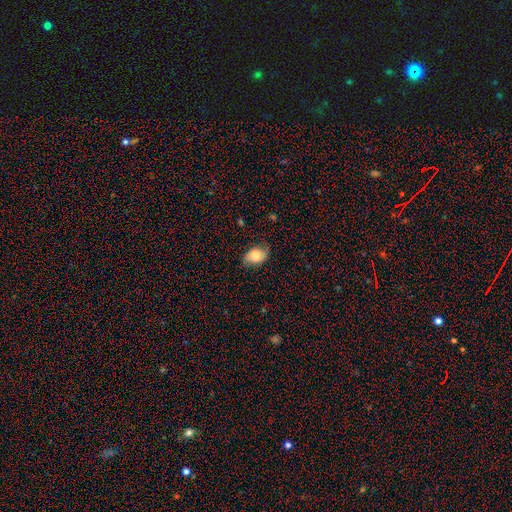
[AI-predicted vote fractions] Smooth or featured?
  - smooth: 69% *
  - featured or disk: 23%
  - star or artifact: 8%
How rounded?
  - in between: 80% *
  - round: 19%
  - cigar-shaped: 1%
Merging?
  - none: 70% *
  - minor disturbance: 23%
  - major disturbance: 6%
  - merger: 1%